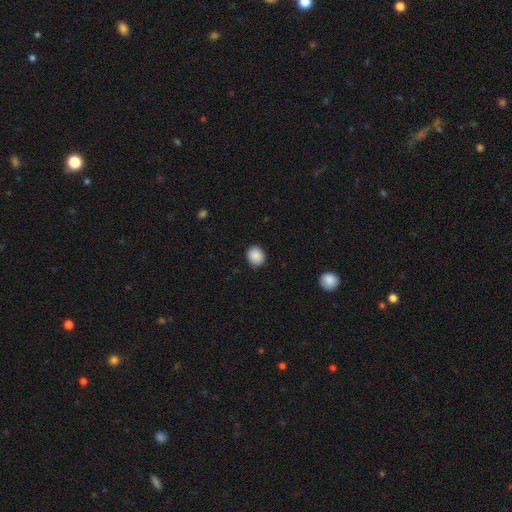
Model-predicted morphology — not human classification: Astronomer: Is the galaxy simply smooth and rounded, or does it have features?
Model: smooth — 89%.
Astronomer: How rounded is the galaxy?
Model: round — 69%.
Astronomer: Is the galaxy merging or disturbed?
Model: none — 90%.